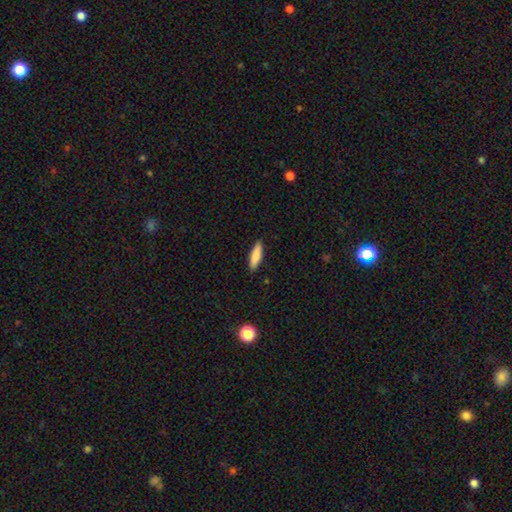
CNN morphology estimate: Smooth or featured? smooth (83%)
How rounded? cigar-shaped (62%)
Merging? none (89%)